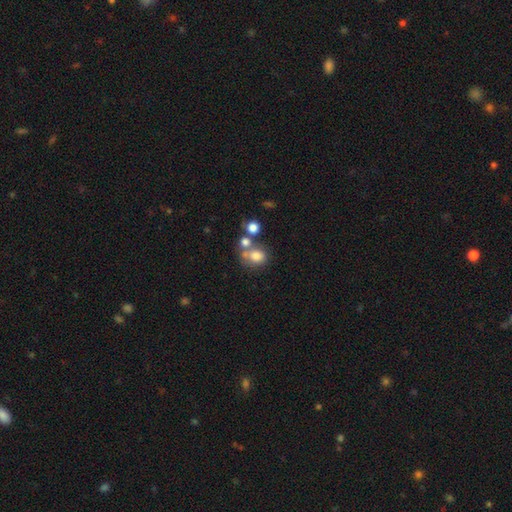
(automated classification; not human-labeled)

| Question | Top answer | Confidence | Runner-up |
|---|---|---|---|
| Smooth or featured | smooth | 73% | featured or disk (14%) |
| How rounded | round | 58% | in between (41%) |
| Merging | none | 42% | merger (37%) |